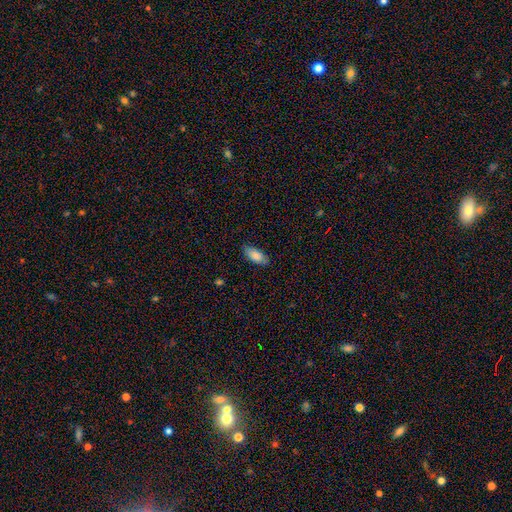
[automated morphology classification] Overall: smooth (85%). How rounded: in between (86%). Merging: none (84%).